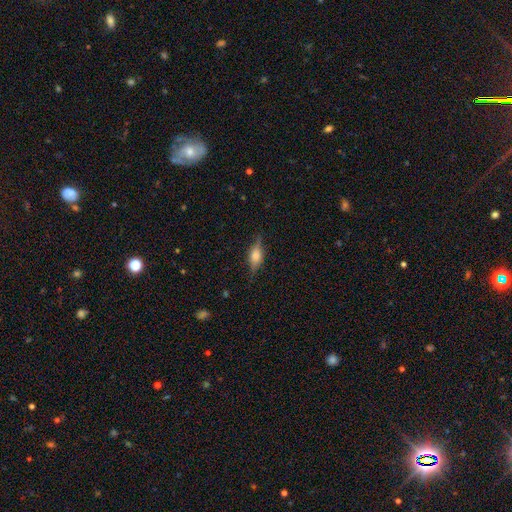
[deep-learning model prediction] Overall: featured or disk (57%; smooth 35%). Edge-on disk: yes (94%). Edge-on bulge: rounded (86%). Merging: none (80%).